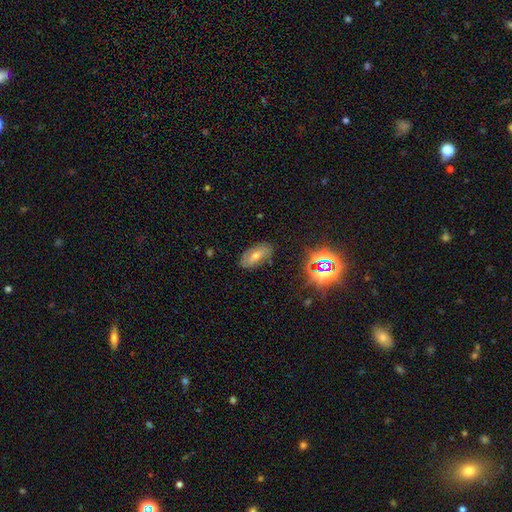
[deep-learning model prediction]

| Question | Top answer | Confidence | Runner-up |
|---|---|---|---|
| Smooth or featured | smooth | 40% | featured or disk (34%) |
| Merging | none | 81% | minor disturbance (13%) |